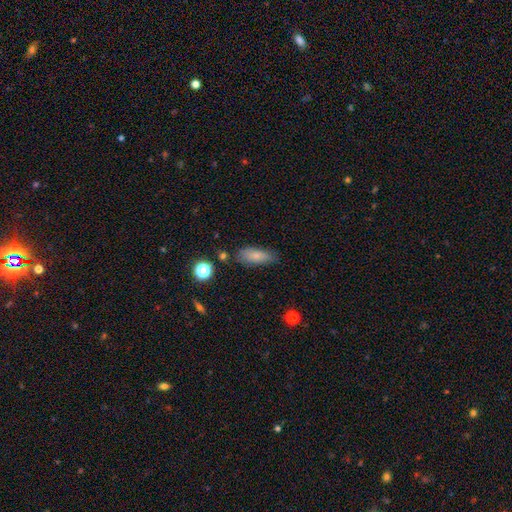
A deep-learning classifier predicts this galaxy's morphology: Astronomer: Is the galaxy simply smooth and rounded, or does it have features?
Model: smooth — 80%.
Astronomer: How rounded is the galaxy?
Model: in between — 73%.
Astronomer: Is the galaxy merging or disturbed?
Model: none — 74%.